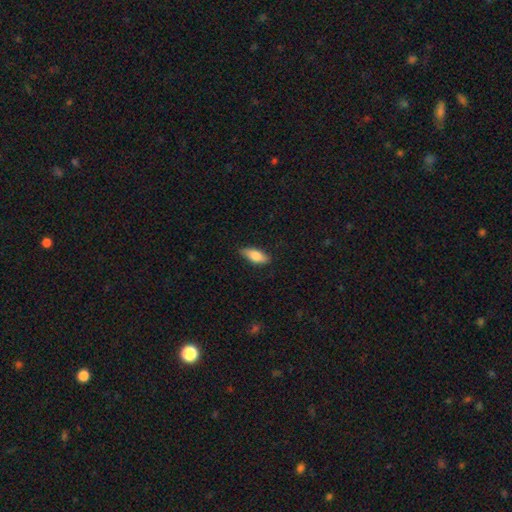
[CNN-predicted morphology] The model was most divided on "how rounded": in between: 78%, cigar-shaped: 19%, round: 3%. More confident: merging — none (82%); smooth or featured — smooth (79%).